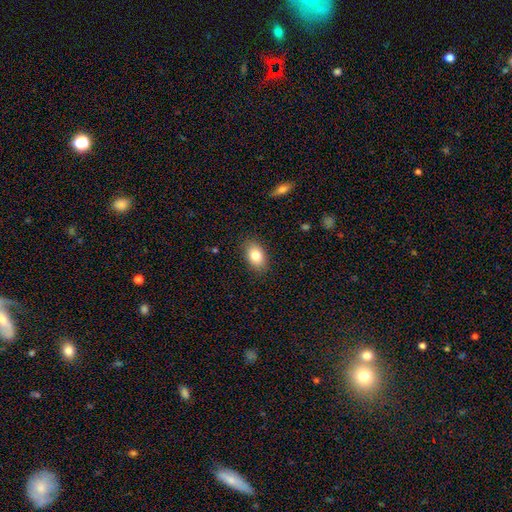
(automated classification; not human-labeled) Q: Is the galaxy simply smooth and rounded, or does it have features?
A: smooth — 82%.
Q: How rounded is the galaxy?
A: in between — 85%.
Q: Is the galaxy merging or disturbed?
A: none — 86%.